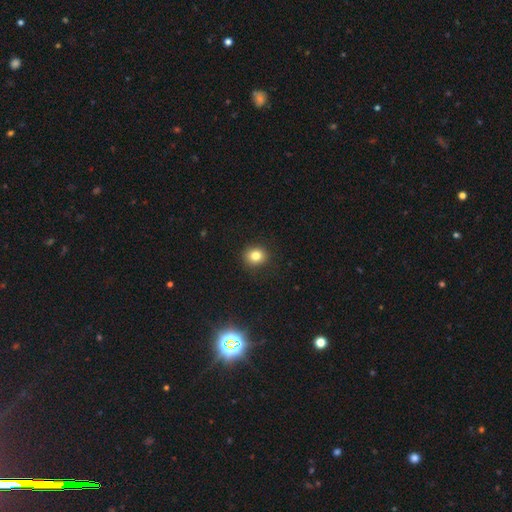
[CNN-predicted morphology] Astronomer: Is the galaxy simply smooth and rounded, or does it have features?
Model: smooth — 81%.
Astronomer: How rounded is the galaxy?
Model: round — 80%.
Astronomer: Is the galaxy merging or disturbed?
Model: none — 90%.